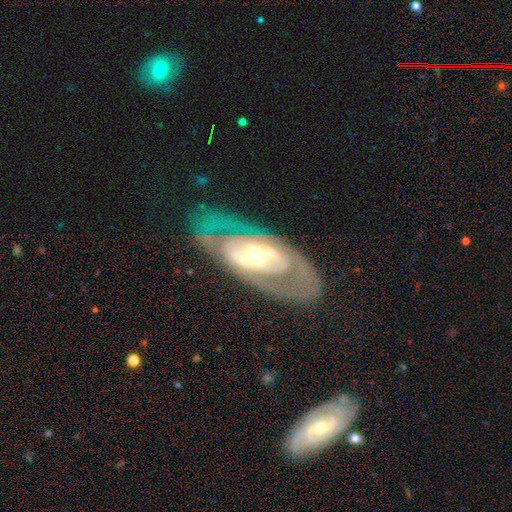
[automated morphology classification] A featured or disk galaxy (81%) with no bar (53%), spiral arms (63%) and a moderate central bulge (59%). Merging: none (72%).